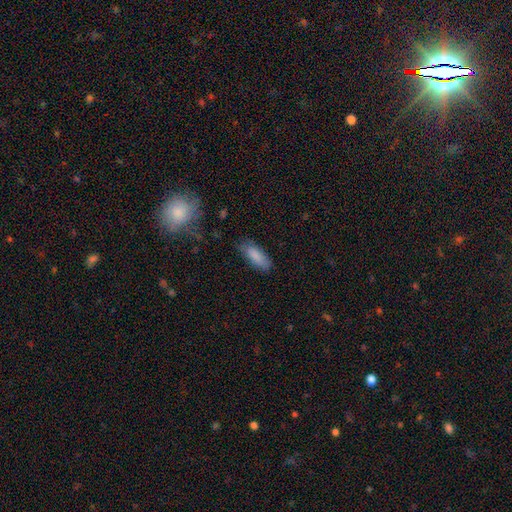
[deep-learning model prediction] A smooth galaxy with no disk features (85%) that is in between round and cigar-shaped (68%).

Vote fractions:
- Smooth or featured? smooth: 85% / featured or disk: 8% / star or artifact: 7%
- How rounded? in between: 68% / cigar-shaped: 31% / round: 2%
- Merging? none: 73% / minor disturbance: 21% / major disturbance: 5% / merger: 2%